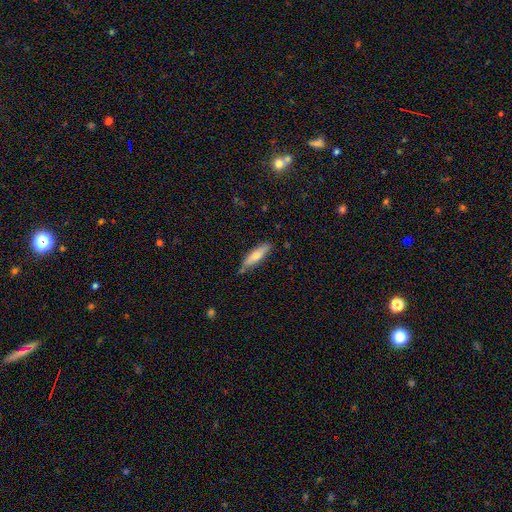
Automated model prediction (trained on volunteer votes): Morphology: type=smooth (69%); roundness=cigar-shaped (68%); merging=none (78%).